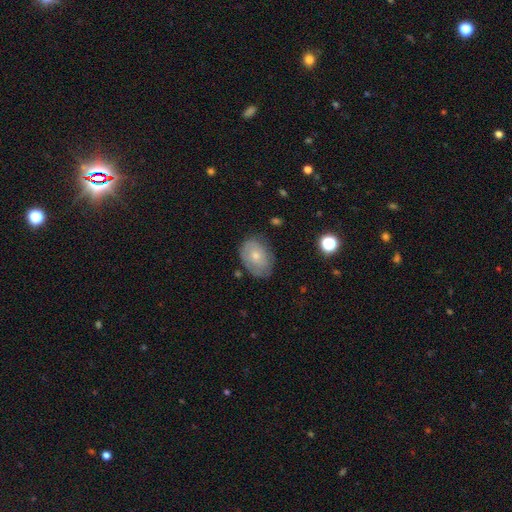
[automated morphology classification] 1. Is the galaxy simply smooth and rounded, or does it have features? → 61% smooth, 31% featured or disk, 8% star or artifact.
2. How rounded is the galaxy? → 78% in between, 21% round, 1% cigar-shaped.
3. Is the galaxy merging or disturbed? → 71% none, 22% minor disturbance, 6% major disturbance, 2% merger.